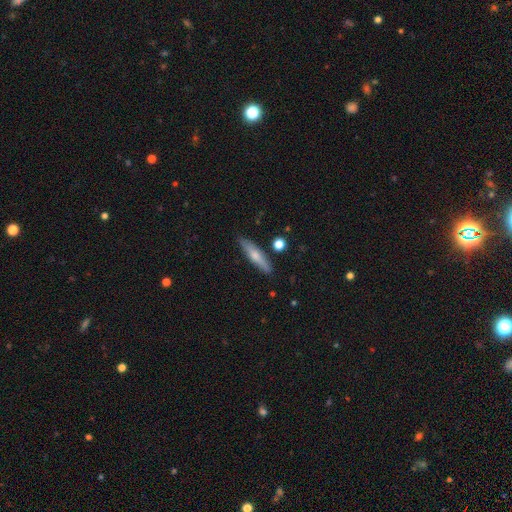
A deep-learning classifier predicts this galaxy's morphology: A smooth galaxy with no disk features (57%) that is cigar-shaped (82%). Merging: none (85%).